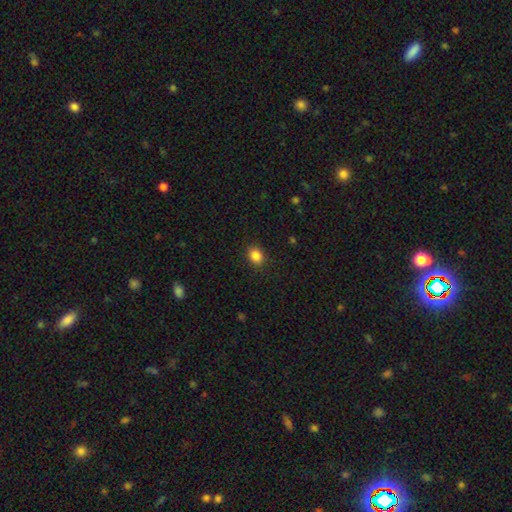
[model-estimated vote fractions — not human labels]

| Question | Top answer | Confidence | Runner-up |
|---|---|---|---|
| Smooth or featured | smooth | 86% | star or artifact (10%) |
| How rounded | in between | 53% | round (46%) |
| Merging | none | 88% | minor disturbance (8%) |